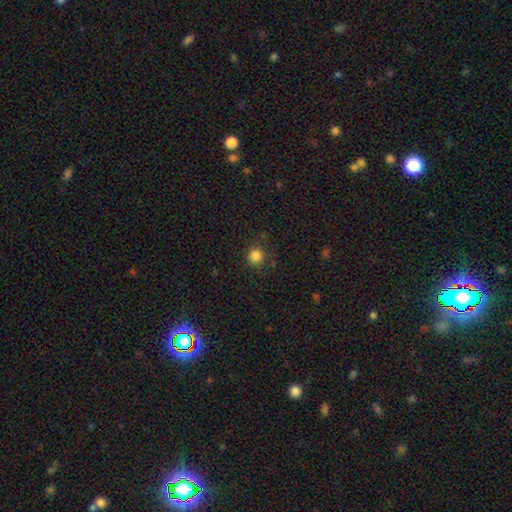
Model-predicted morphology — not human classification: The model was most divided on "smooth or featured": smooth: 84%, star or artifact: 12%, featured or disk: 4%. More confident: how rounded — round (94%); merging — none (87%).